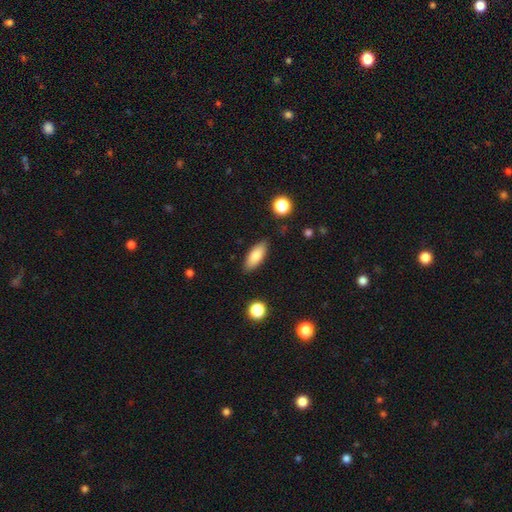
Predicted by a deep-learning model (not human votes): A smooth galaxy with no disk features (81%) that is in between round and cigar-shaped (78%).

Vote fractions:
- Smooth or featured? smooth: 81% / featured or disk: 12% / star or artifact: 7%
- How rounded? in between: 78% / cigar-shaped: 19% / round: 2%
- Merging? none: 84% / minor disturbance: 11% / major disturbance: 2% / merger: 2%